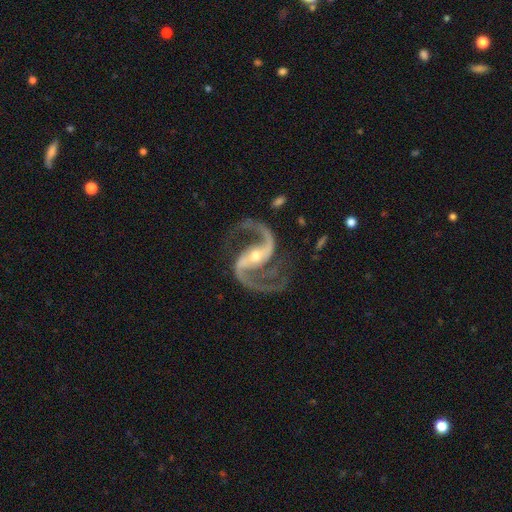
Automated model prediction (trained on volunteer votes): Smooth or featured? Predicted: featured or disk (p=0.95). Edge-on disk? Predicted: no (p=0.98). Bar? Predicted: strong (p=0.47). Spiral arms? Predicted: yes (p=0.99). Spiral winding? Predicted: medium (p=0.57). Spiral arm count? Predicted: 2 (p=0.94). Bulge size? Predicted: small (p=0.51). Merging? Predicted: none (p=0.78).